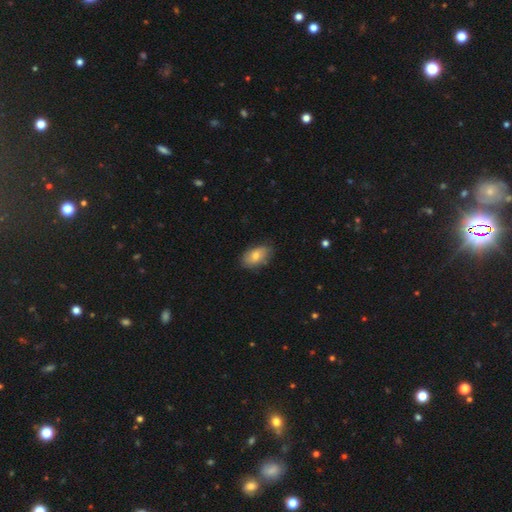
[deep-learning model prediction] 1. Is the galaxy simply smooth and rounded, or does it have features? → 73% smooth, 20% featured or disk, 7% star or artifact.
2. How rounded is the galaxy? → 91% in between, 7% round, 2% cigar-shaped.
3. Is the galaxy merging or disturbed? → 78% none, 18% minor disturbance, 3% major disturbance, 1% merger.